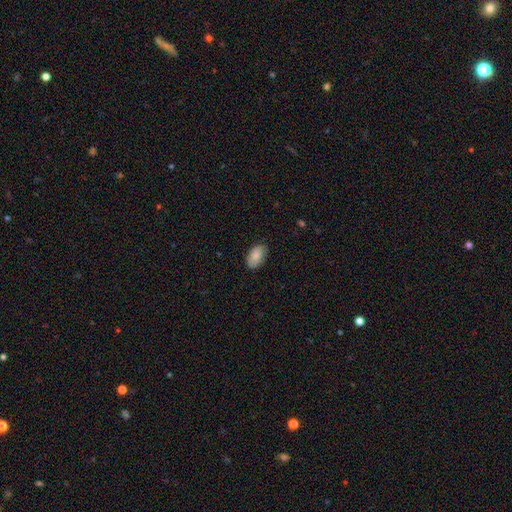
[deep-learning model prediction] smooth-or-featured: smooth: 86% | featured or disk: 8% | star or artifact: 6%
  how-rounded: in between: 94% | round: 5% | cigar-shaped: 1%
  merging: none: 83% | minor disturbance: 14% | major disturbance: 3% | merger: 1%